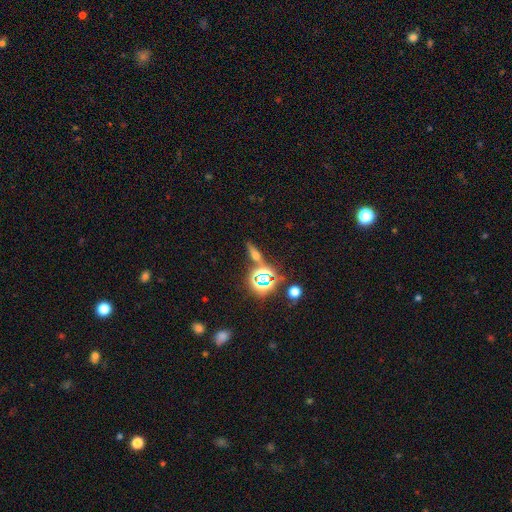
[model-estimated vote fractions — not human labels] The model was most divided on "smooth or featured": smooth: 35%, star or artifact: 34%, featured or disk: 32%. More confident: merging — none (77%).